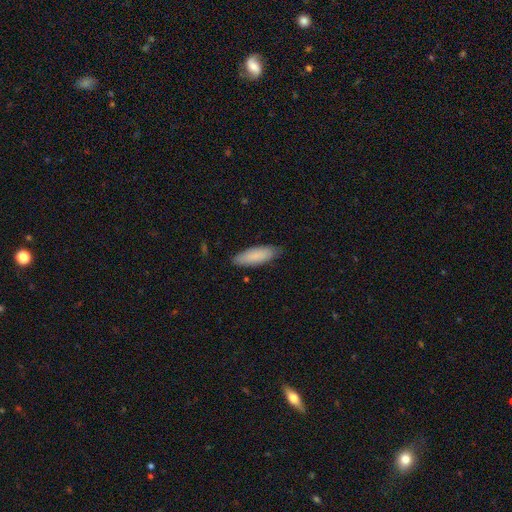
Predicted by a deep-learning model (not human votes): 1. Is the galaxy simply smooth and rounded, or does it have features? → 85% smooth, 9% featured or disk, 5% star or artifact.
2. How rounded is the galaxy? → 57% in between, 42% cigar-shaped, 1% round.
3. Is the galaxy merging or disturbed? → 83% none, 14% minor disturbance, 2% major disturbance, 1% merger.